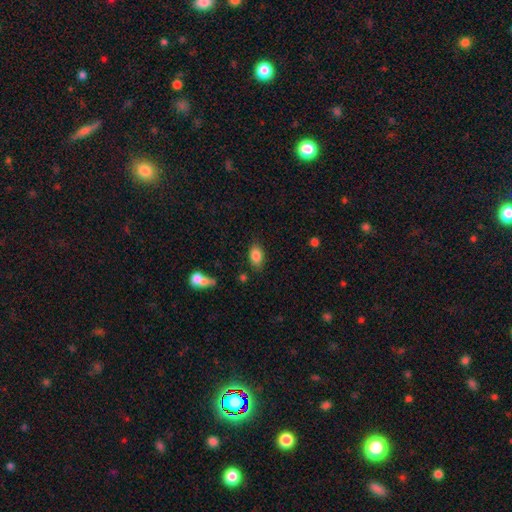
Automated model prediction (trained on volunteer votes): This is clearly a smooth galaxy (85%). How rounded: clearly in between (89%). Merging: clearly none (80%).